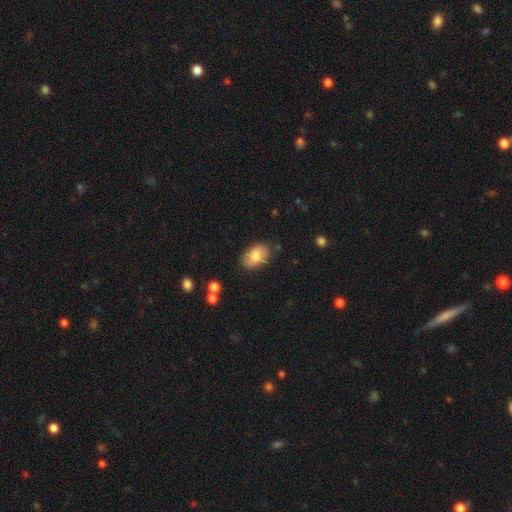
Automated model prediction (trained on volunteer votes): This appears to be a smooth galaxy with no disk features (78%) that is in between round and cigar-shaped (88%). Merging: none (77%).